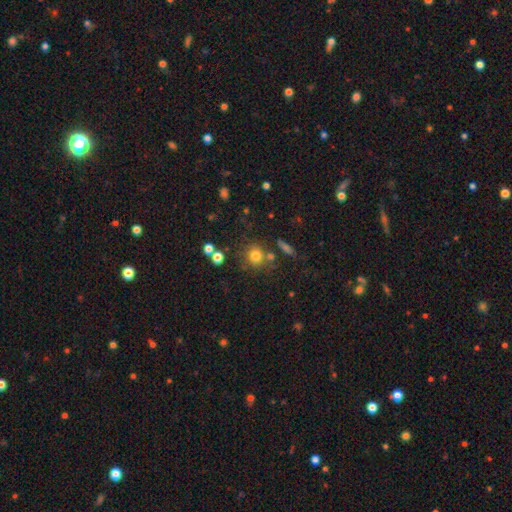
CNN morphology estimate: smooth-or-featured: smooth: 76% | star or artifact: 14% | featured or disk: 10%
  how-rounded: round: 85% | in between: 14% | cigar-shaped: 1%
  merging: none: 71% | minor disturbance: 12% | merger: 11% | major disturbance: 5%